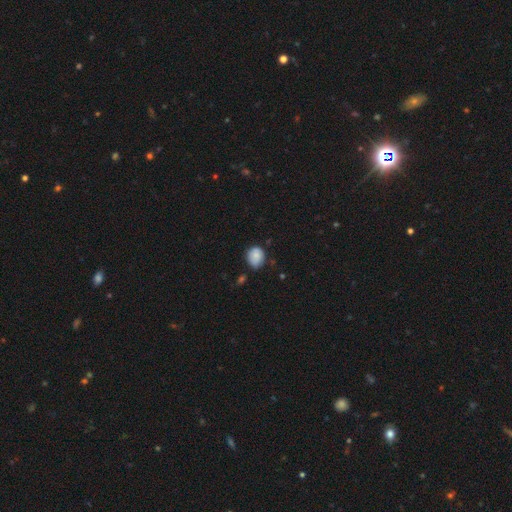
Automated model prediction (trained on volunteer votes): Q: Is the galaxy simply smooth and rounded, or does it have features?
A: smooth — 83%.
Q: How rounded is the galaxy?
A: round — 63%.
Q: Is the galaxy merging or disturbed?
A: none — 64%.